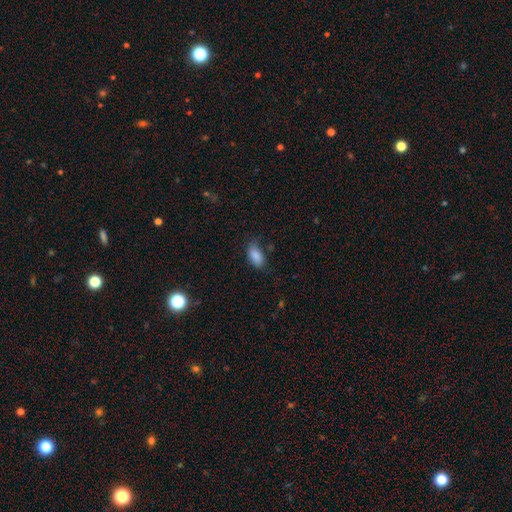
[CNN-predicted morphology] Smooth or featured? smooth (86%)
How rounded? in between (92%)
Merging? none (61%)